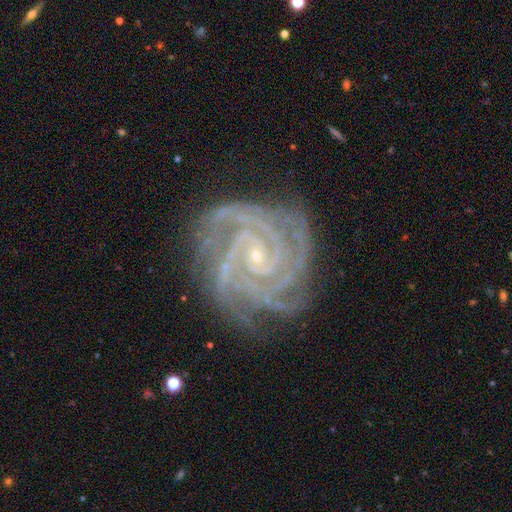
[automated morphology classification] A featured or disk galaxy (92%) with no bar (55%), 4 (36%) tight (79%) spiral arms (99%) and a small central bulge (85%). Merging: none (76%).